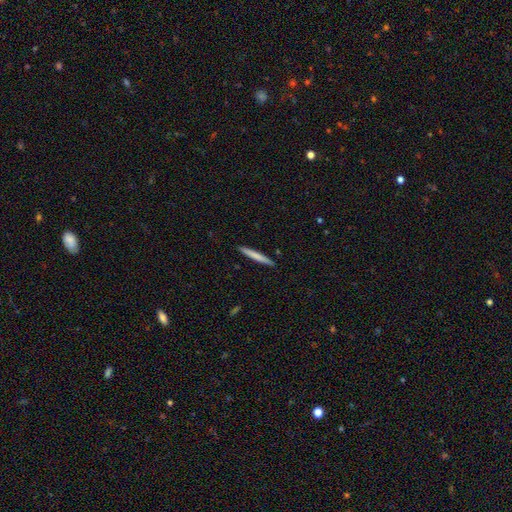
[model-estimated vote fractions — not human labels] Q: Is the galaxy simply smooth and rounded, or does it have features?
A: smooth — 72%.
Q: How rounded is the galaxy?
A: cigar-shaped — 96%.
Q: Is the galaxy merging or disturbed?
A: none — 92%.